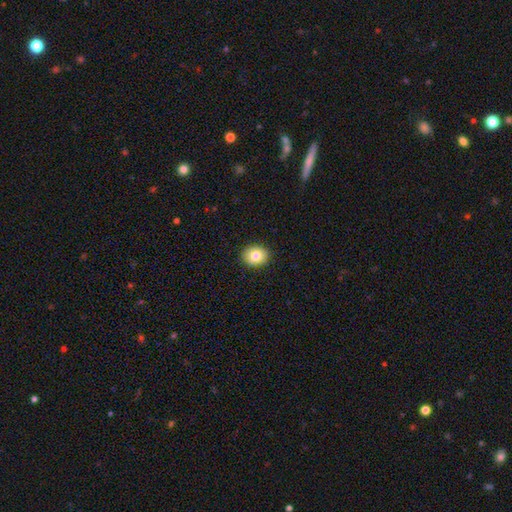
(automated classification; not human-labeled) This appears to be a smooth galaxy with no disk features (81%) that is round (65%). Merging: none (91%).